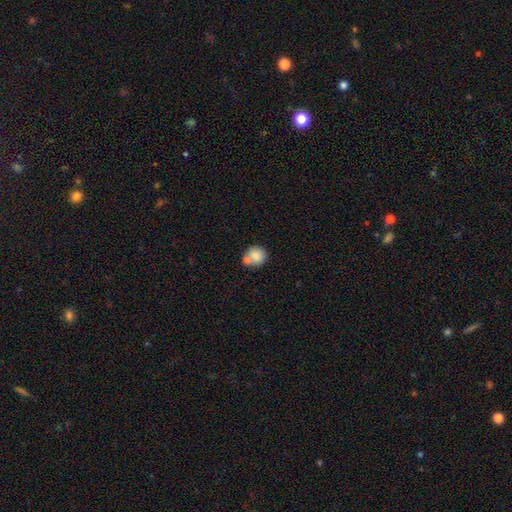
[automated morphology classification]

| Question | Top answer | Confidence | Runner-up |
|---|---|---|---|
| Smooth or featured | smooth | 82% | featured or disk (10%) |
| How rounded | round | 87% | in between (12%) |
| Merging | none | 54% | merger (32%) |